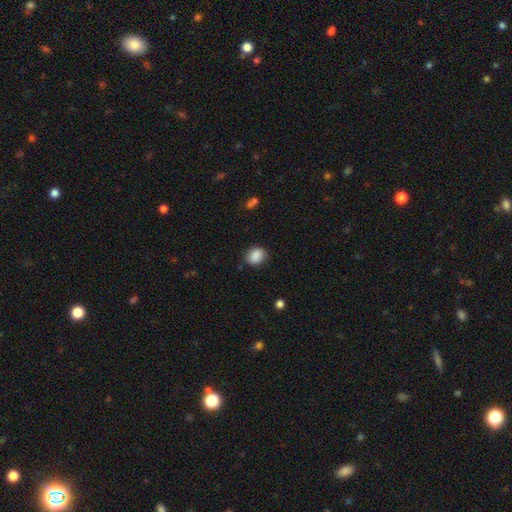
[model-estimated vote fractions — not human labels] smooth 88%, star or artifact 8%, featured or disk 4%. Down the decision tree: how rounded — in between (51%); merging — none (80%).